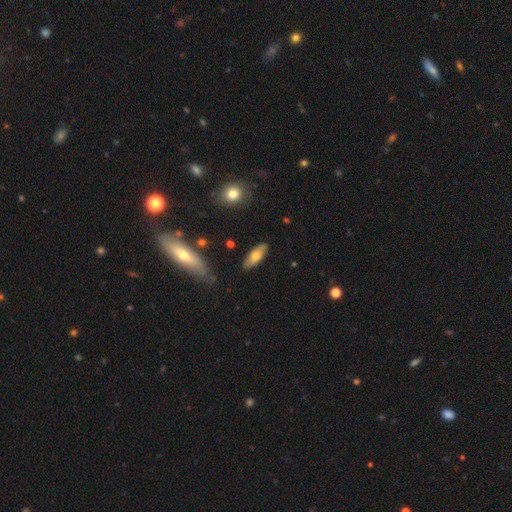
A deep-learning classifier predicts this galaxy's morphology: Smooth or featured? Predicted: smooth (p=0.67). How rounded? Predicted: in between (p=0.72). Merging? Predicted: none (p=0.83).